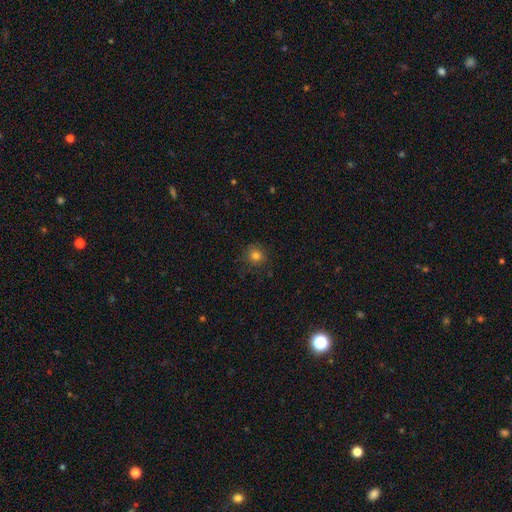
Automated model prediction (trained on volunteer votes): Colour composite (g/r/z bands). It shows a smooth galaxy with no disk features (80%) that is round (87%). Merging: none (82%).